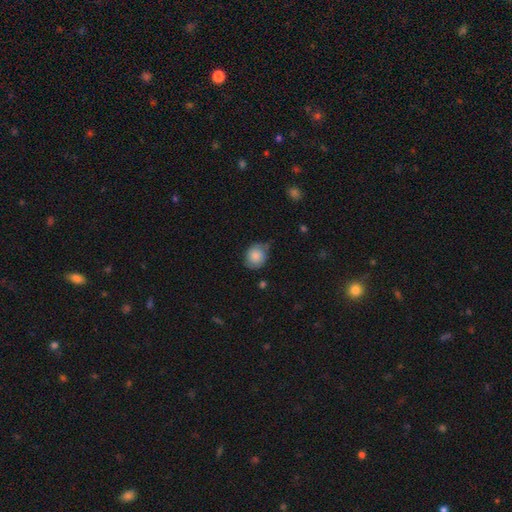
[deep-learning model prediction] Smooth or featured? smooth (72%)
How rounded? round (65%)
Merging? none (54%)